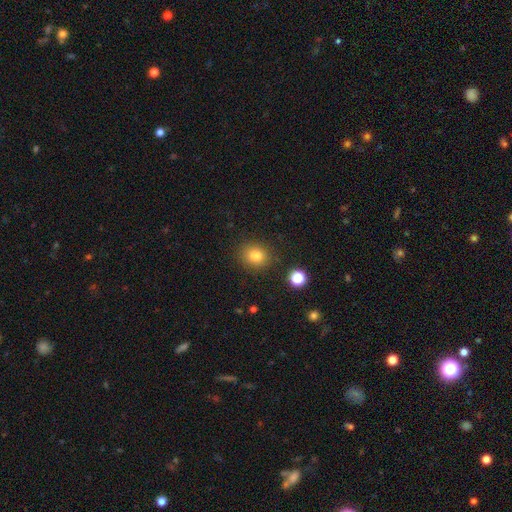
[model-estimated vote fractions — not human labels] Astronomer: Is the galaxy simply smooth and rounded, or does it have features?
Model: smooth — 82%.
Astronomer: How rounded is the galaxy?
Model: round — 72%.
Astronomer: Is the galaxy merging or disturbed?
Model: none — 87%.